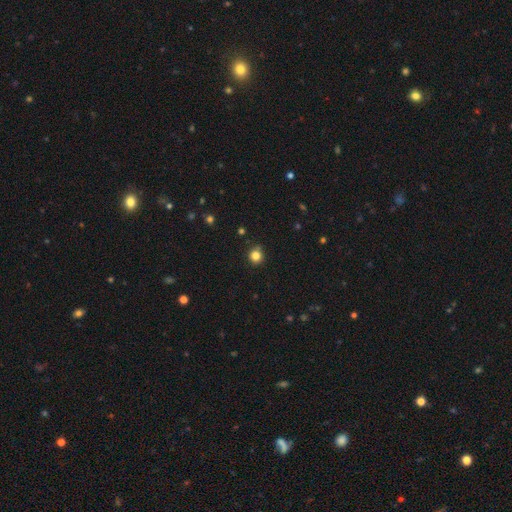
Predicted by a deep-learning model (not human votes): A smooth galaxy with no disk features (83%) that is round (90%).

Vote fractions:
- Smooth or featured? smooth: 83% / star or artifact: 13% / featured or disk: 5%
- How rounded? round: 90% / in between: 9% / cigar-shaped: 1%
- Merging? none: 84% / minor disturbance: 12% / major disturbance: 2% / merger: 2%